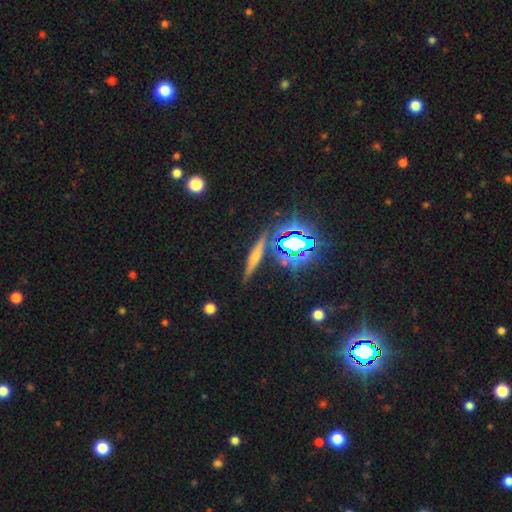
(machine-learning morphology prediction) Smooth or featured: smooth — 40% (featured or disk — 37%)
Merging: none — 82% (minor disturbance — 11%)